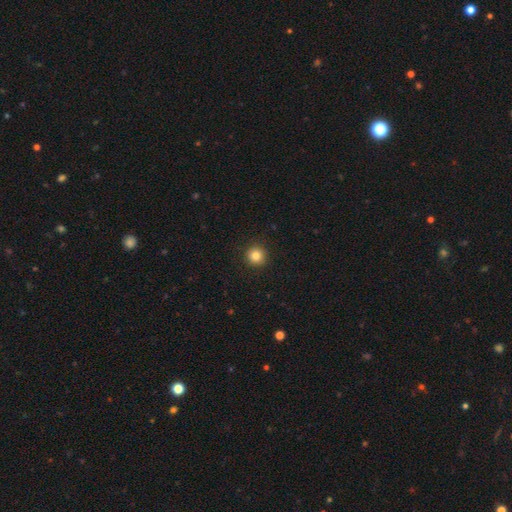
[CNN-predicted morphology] smooth-or-featured: smooth: 84% | star or artifact: 11% | featured or disk: 5%
  how-rounded: round: 94% | in between: 5% | cigar-shaped: 1%
  merging: none: 92% | minor disturbance: 5% | major disturbance: 2% | merger: 1%